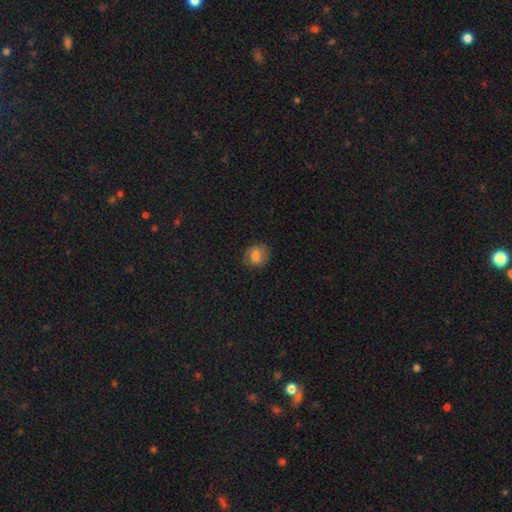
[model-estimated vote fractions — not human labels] Morphology: type=smooth (70%); roundness=round (70%); merging=none (79%).